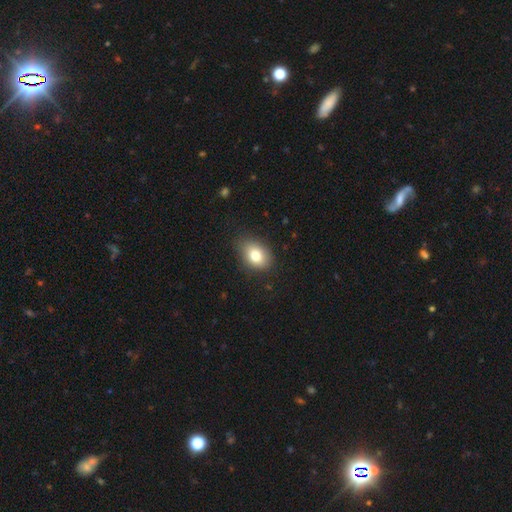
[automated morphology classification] type=smooth (80%); roundness=in between (76%); merging=none (80%).